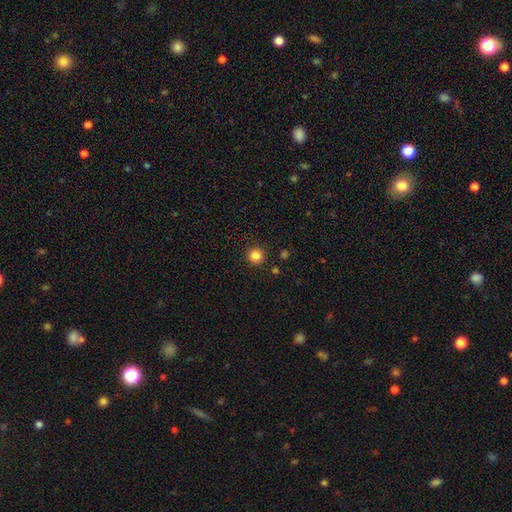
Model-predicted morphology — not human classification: The model was most divided on "smooth or featured": smooth: 84%, star or artifact: 12%, featured or disk: 4%. More confident: how rounded — round (95%); merging — none (91%).